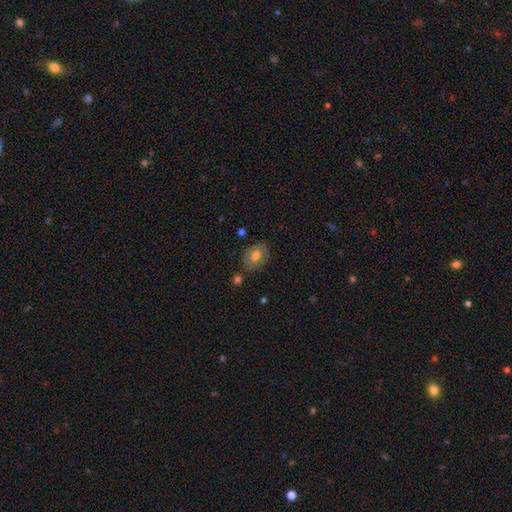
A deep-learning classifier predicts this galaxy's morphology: Smooth or featured? smooth (67%)
How rounded? in between (68%)
Merging? none (73%)